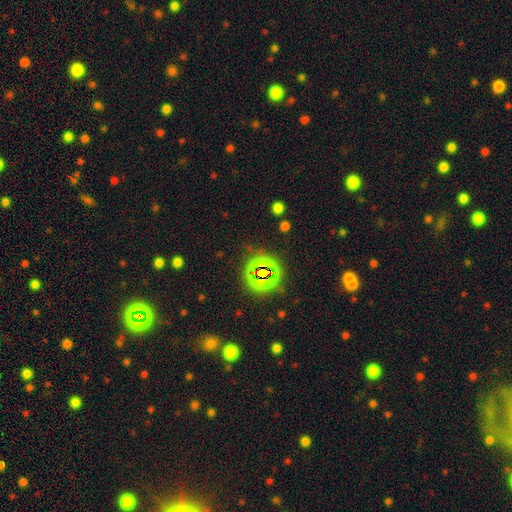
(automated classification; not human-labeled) Smooth or featured? star or artifact (72%)